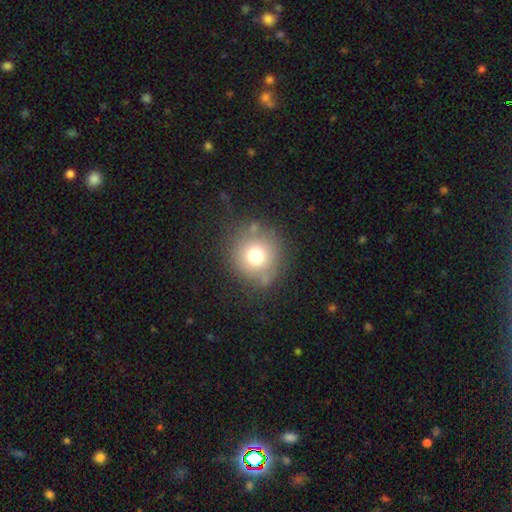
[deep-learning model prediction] The model was most divided on "smooth or featured": smooth: 72%, star or artifact: 14%, featured or disk: 13%. More confident: how rounded — round (92%); merging — none (76%).